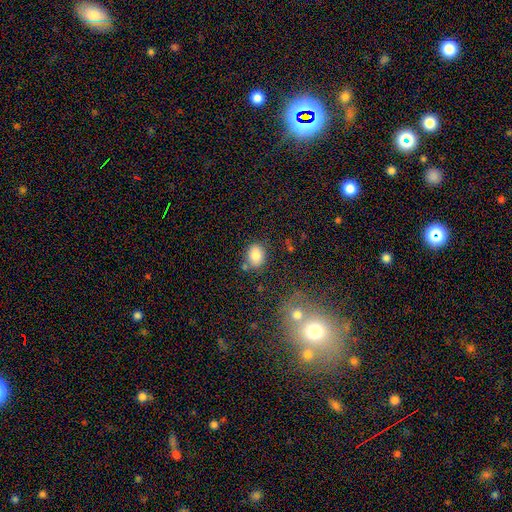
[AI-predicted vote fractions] The model was most divided on "how rounded": in between: 56%, round: 42%, cigar-shaped: 1%. More confident: smooth or featured — smooth (82%); merging — none (74%).